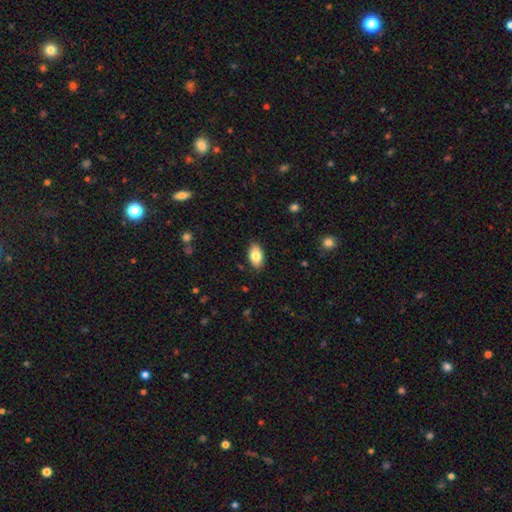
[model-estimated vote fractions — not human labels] Smooth or featured: smooth — 83% (featured or disk — 10%)
How rounded: in between — 94% (round — 4%)
Merging: none — 88% (minor disturbance — 9%)